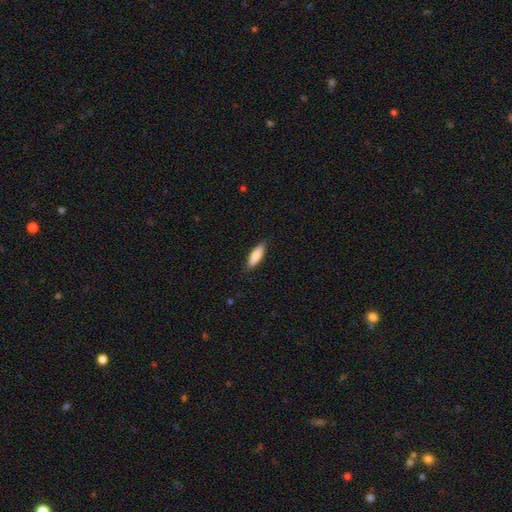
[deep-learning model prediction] Smooth or featured: smooth — 81% (featured or disk — 14%)
How rounded: cigar-shaped — 53% (in between — 46%)
Merging: none — 86% (minor disturbance — 11%)